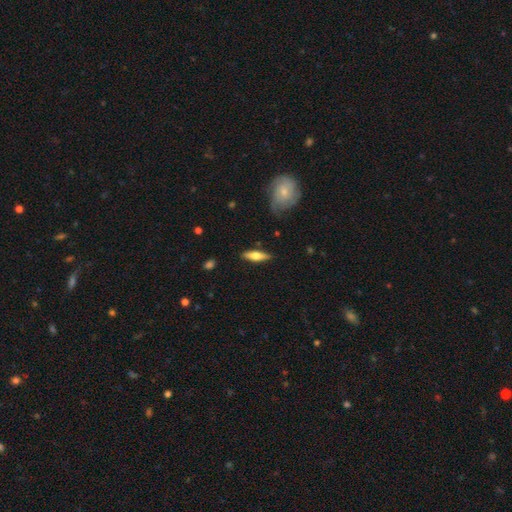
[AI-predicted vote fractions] The model was most divided on "smooth or featured": smooth: 54%, featured or disk: 40%, star or artifact: 6%. More confident: merging — none (86%); how rounded — cigar-shaped (58%).